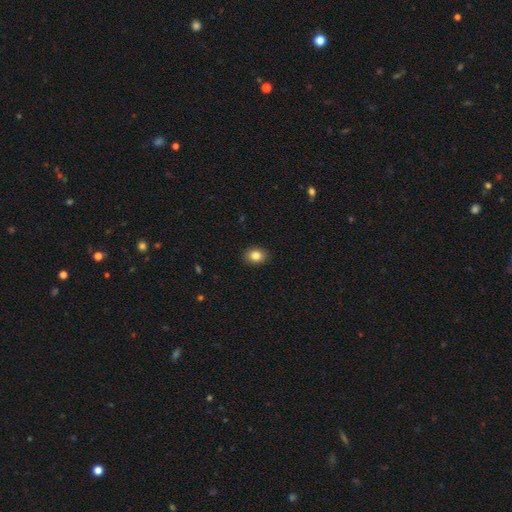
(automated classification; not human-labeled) This is clearly a smooth galaxy (83%). How rounded: possibly in between (56%). Merging: clearly none (90%).